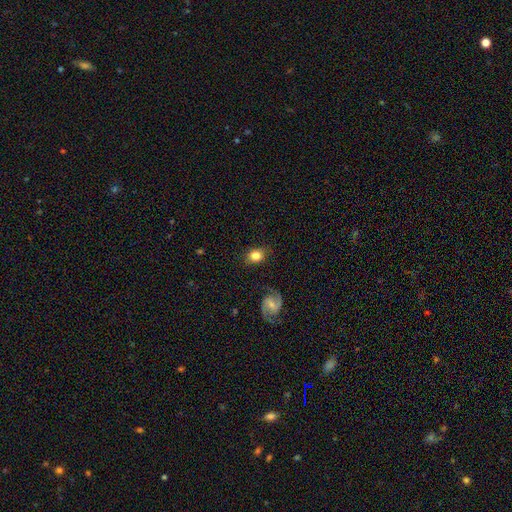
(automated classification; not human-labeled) Smooth or featured?
  - smooth: 74% *
  - featured or disk: 18%
  - star or artifact: 8%
How rounded?
  - in between: 49% * (tied)
  - round: 49% * (tied)
  - cigar-shaped: 1%
Merging?
  - none: 80% *
  - minor disturbance: 14%
  - major disturbance: 4%
  - merger: 2%